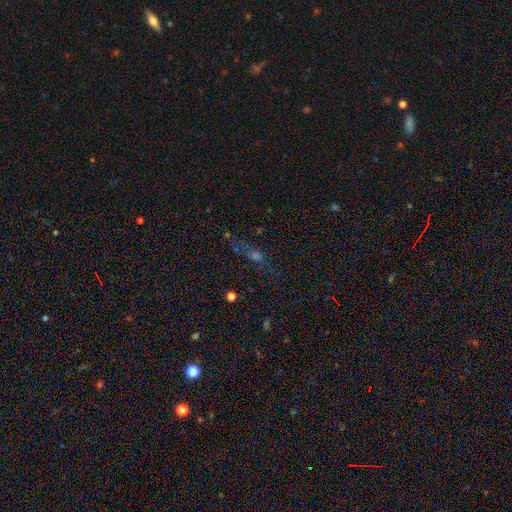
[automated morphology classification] type=star or artifact (38%).